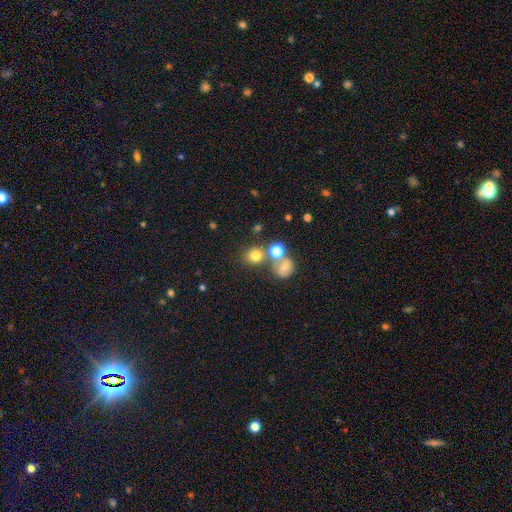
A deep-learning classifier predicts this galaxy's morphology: smooth-or-featured: smooth: 75% | star or artifact: 15% | featured or disk: 10%
  how-rounded: round: 80% | in between: 19% | cigar-shaped: 1%
  merging: none: 61% | merger: 25% | minor disturbance: 9% | major disturbance: 4%